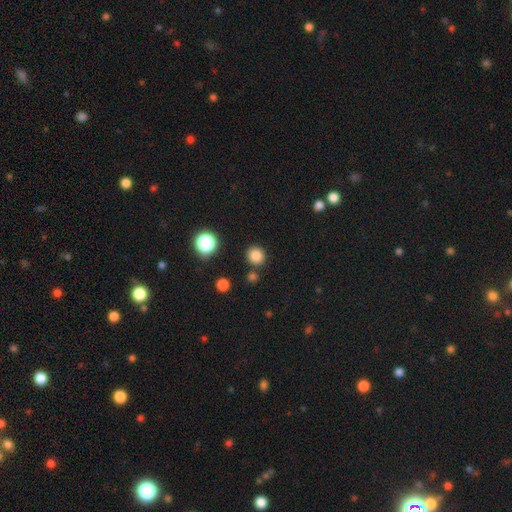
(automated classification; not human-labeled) Smooth or featured? Predicted: smooth (p=0.83). How rounded? Predicted: round (p=0.90). Merging? Predicted: none (p=0.85).